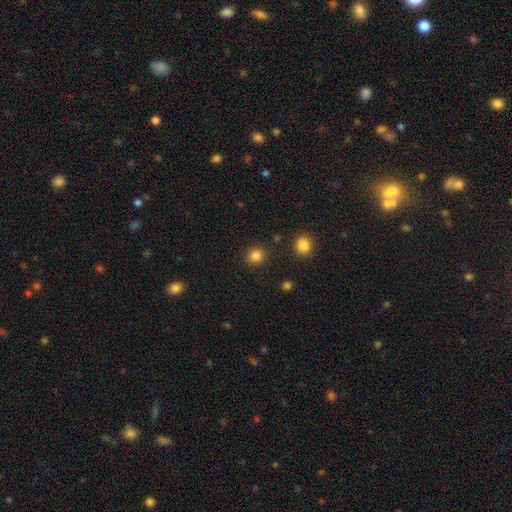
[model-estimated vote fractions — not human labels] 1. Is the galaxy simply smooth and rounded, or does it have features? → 84% smooth, 12% star or artifact, 4% featured or disk.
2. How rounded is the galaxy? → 88% round, 11% in between, 1% cigar-shaped.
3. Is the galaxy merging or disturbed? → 89% none, 6% minor disturbance, 3% major disturbance, 2% merger.